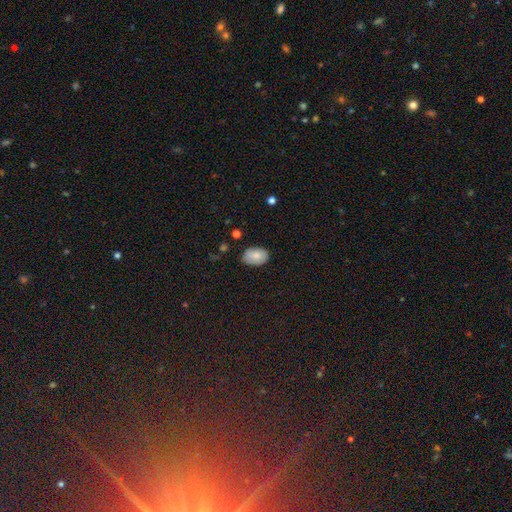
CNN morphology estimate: A smooth galaxy with no disk features (75%) that is in between round and cigar-shaped (86%).

Vote fractions:
- Smooth or featured? smooth: 75% / featured or disk: 17% / star or artifact: 8%
- How rounded? in between: 86% / round: 13% / cigar-shaped: 1%
- Merging? none: 74% / minor disturbance: 21% / major disturbance: 4% / merger: 2%